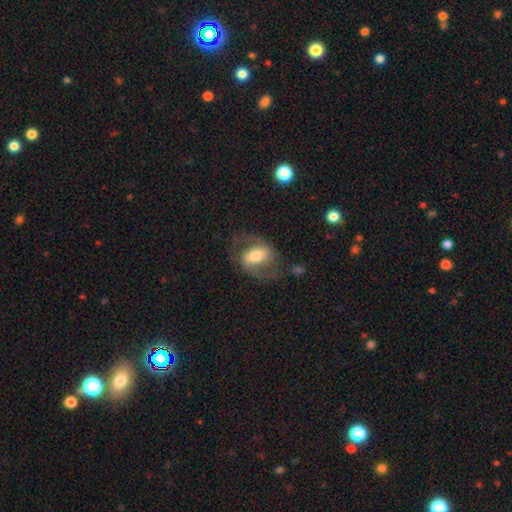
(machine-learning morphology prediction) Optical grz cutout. It shows a featured or disk galaxy (73%) with a weak bar (39%, tied with strong), 2 (90%) medium (53%) spiral arms (86%) and a moderate central bulge (64%). Merging: none (68%).